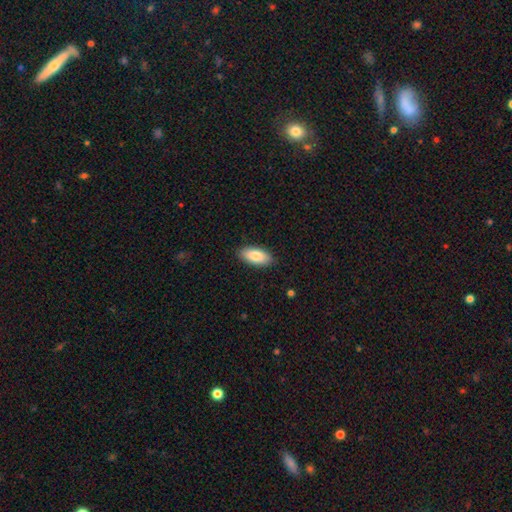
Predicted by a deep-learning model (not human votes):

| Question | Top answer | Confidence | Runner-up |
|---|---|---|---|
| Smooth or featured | smooth | 84% | featured or disk (10%) |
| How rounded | in between | 90% | cigar-shaped (8%) |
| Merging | none | 88% | minor disturbance (9%) |